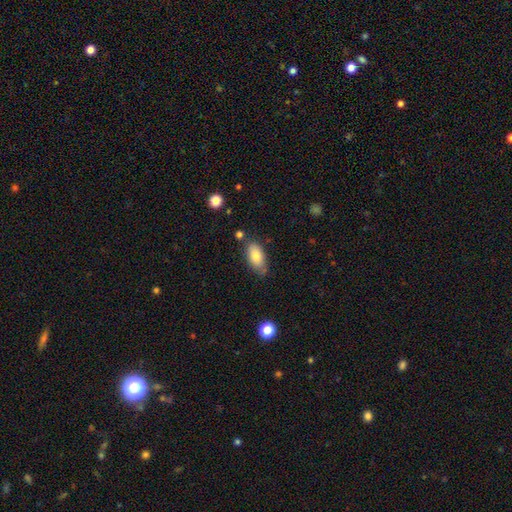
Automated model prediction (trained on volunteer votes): Smooth or featured? Predicted: smooth (p=0.79). How rounded? Predicted: in between (p=0.91). Merging? Predicted: none (p=0.66).